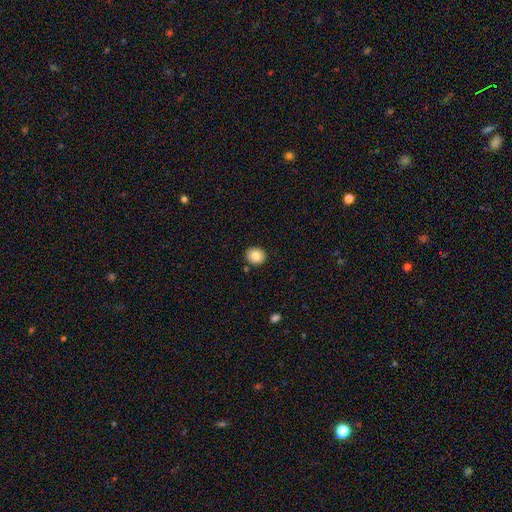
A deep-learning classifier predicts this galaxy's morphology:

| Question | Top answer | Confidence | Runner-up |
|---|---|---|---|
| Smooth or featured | smooth | 82% | featured or disk (9%) |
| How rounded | round | 77% | in between (22%) |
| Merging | none | 89% | minor disturbance (7%) |